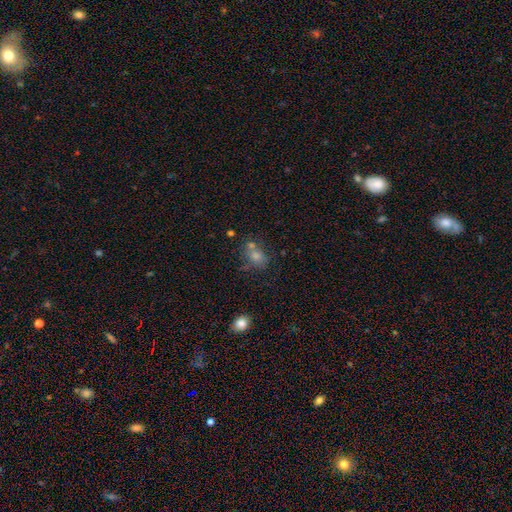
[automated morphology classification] Smooth or featured?
  - smooth: 59% *
  - star or artifact: 25%
  - featured or disk: 15%
How rounded?
  - round: 55% *
  - in between: 43%
  - cigar-shaped: 2%
Merging?
  - none: 52% *
  - merger: 27%
  - minor disturbance: 14%
  - major disturbance: 7%